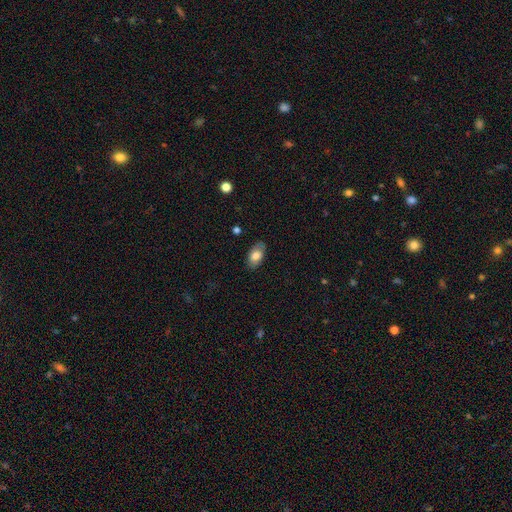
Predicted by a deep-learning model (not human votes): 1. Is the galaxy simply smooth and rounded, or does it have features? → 77% smooth, 17% featured or disk, 7% star or artifact.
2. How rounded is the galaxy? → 93% in between, 5% round, 2% cigar-shaped.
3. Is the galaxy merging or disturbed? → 82% none, 14% minor disturbance, 3% major disturbance, 1% merger.